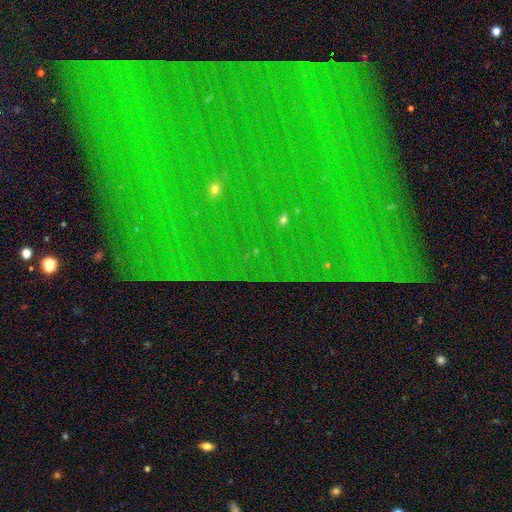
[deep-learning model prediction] Smooth or featured?
  - star or artifact: 82% *
  - featured or disk: 10%
  - smooth: 8%